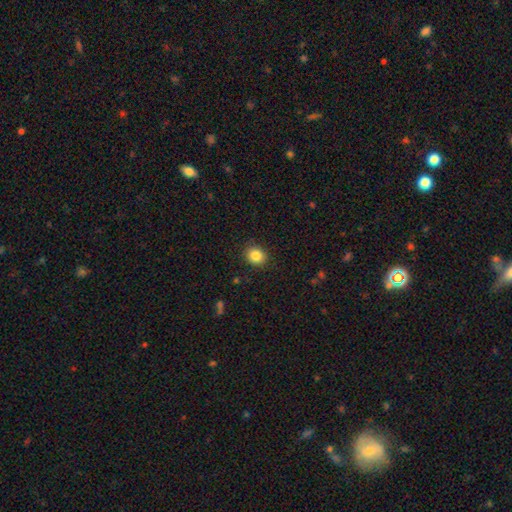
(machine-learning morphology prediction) This is clearly a smooth galaxy (85%). How rounded: likely round (70%). Merging: clearly none (90%).